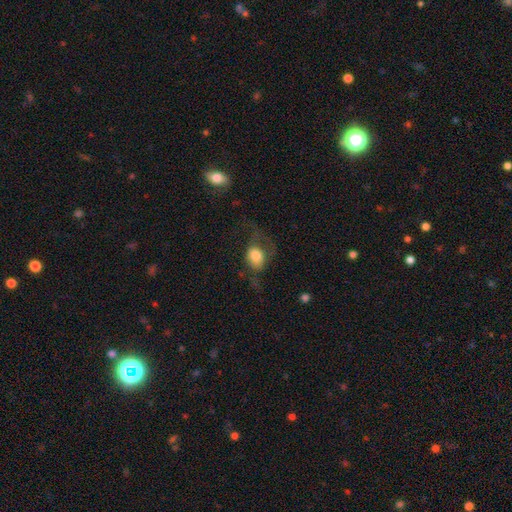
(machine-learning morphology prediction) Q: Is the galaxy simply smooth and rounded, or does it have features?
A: smooth — 65%.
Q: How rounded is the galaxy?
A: in between — 66%.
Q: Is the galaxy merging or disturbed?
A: major disturbance — 46%.